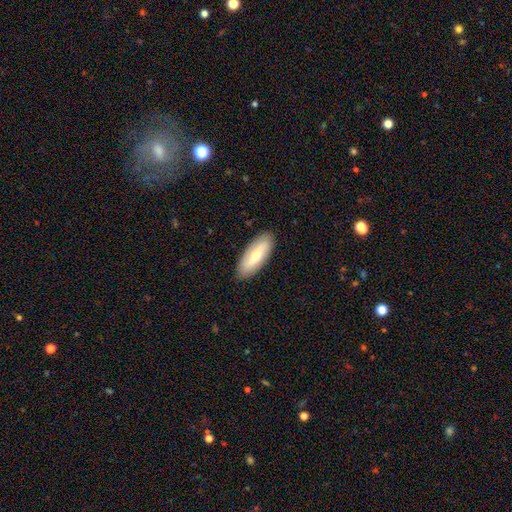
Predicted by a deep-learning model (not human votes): smooth-or-featured: smooth: 52% | featured or disk: 43% | star or artifact: 5%
  how-rounded: in between: 71% | cigar-shaped: 27% | round: 2%
  merging: none: 88% | minor disturbance: 9% | major disturbance: 2% | merger: 1%